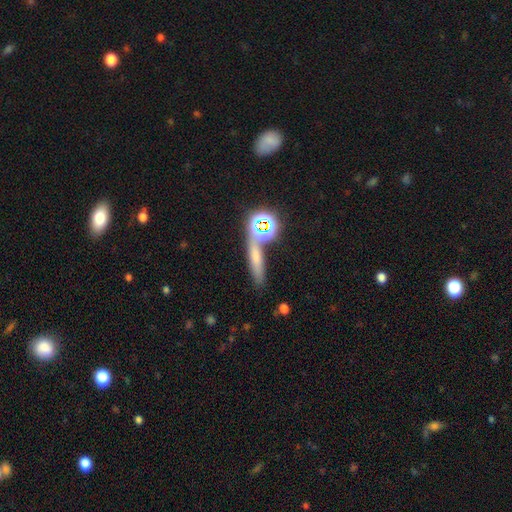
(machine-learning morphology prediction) smooth 57%, star or artifact 25%, featured or disk 18%. Down the decision tree: how rounded — cigar-shaped (70%); merging — none (69%).